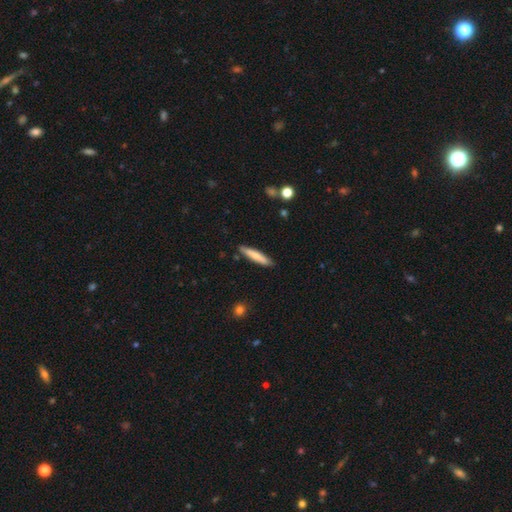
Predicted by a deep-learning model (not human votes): Morphology: type=smooth (72%); roundness=cigar-shaped (88%); merging=none (87%).